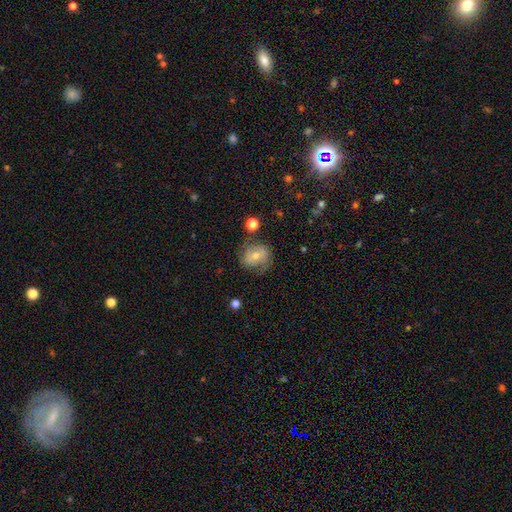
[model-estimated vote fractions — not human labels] Morphology: type=featured or disk (48%); merging=none (60%).